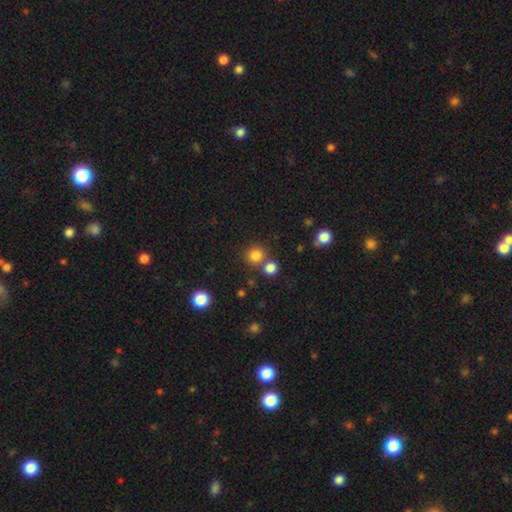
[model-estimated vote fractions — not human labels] This is clearly a smooth galaxy (81%). How rounded: clearly round (89%). Merging: likely none (69%).